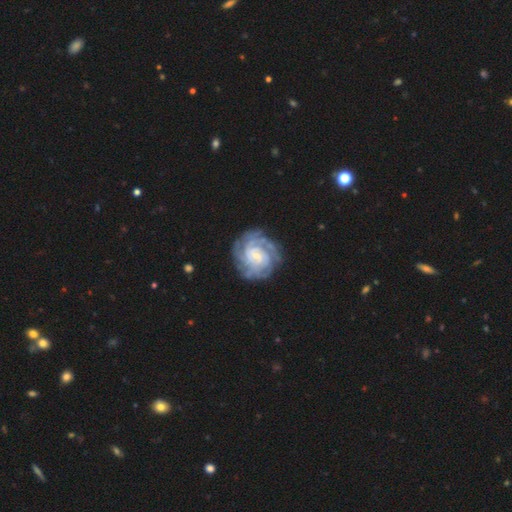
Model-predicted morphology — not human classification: Smooth or featured: featured or disk — 87% (smooth — 8%)
Edge-on disk: no — 98% (yes — 2%)
Bar: no — 57% (weak — 34%)
Spiral arms: yes — 97% (no — 3%)
Spiral winding: tight — 74% (medium — 22%)
Spiral arm count: can't tell — 31% (4 — 22%)
Bulge size: small — 70% (moderate — 22%)
Merging: none — 77% (minor disturbance — 15%)